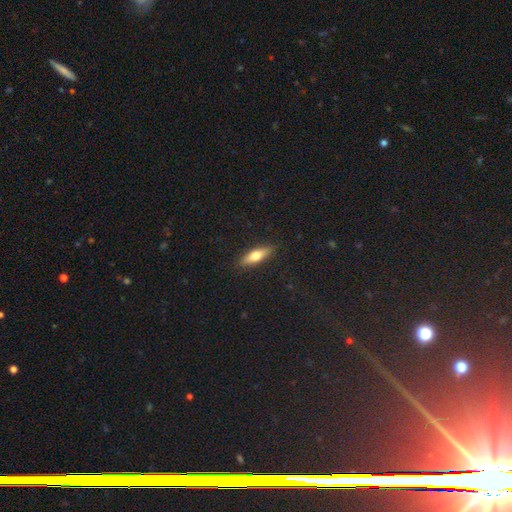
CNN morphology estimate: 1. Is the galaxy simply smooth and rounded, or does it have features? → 63% smooth, 30% featured or disk, 6% star or artifact.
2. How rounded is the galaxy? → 56% cigar-shaped, 41% in between, 2% round.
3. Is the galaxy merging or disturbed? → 89% none, 9% minor disturbance, 2% major disturbance, 1% merger.